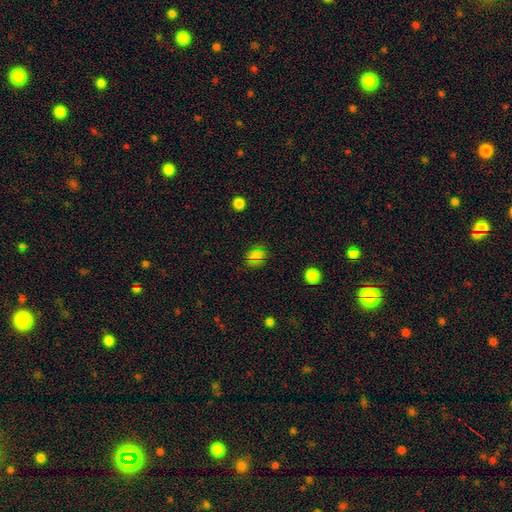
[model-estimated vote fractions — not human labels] This appears to be a smooth galaxy with no disk features (61%) that is round (66%). Merging: none (83%).